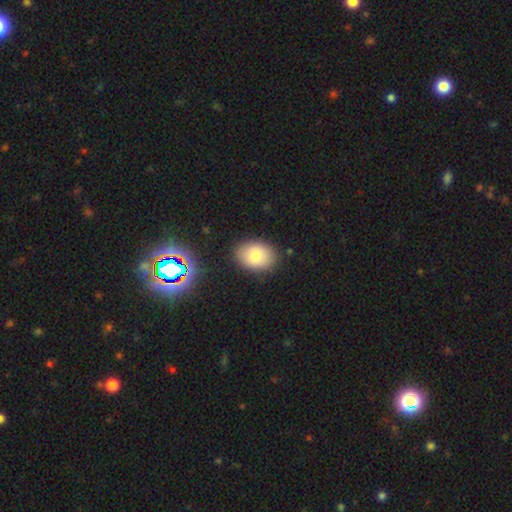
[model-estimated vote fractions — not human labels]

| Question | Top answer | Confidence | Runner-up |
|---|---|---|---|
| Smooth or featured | smooth | 78% | featured or disk (12%) |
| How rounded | in between | 77% | round (22%) |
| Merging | none | 85% | minor disturbance (10%) |